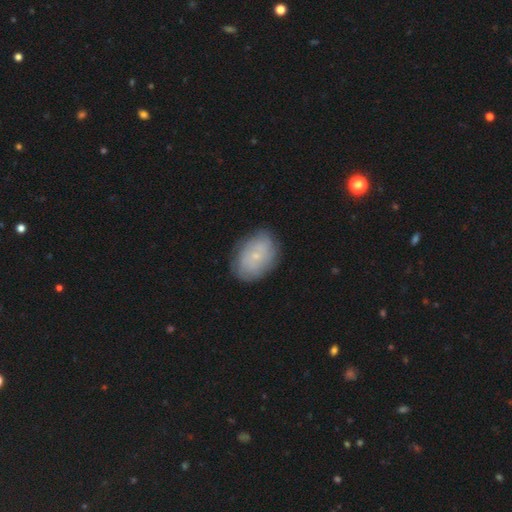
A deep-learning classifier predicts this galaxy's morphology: Smooth or featured: smooth — 55% (featured or disk — 36%)
How rounded: in between — 81% (round — 18%)
Merging: none — 78% (minor disturbance — 16%)